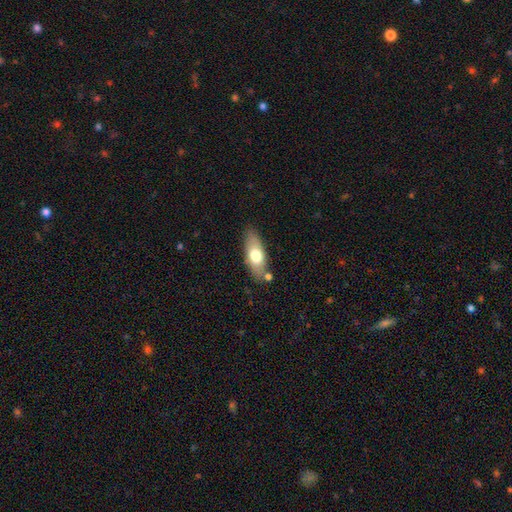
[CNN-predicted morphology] Q: Smooth or featured?
A: smooth (66%); runner-up: featured or disk (28%)
Q: How rounded?
A: in between (75%); runner-up: cigar-shaped (22%)
Q: Merging?
A: none (76%); runner-up: minor disturbance (15%)